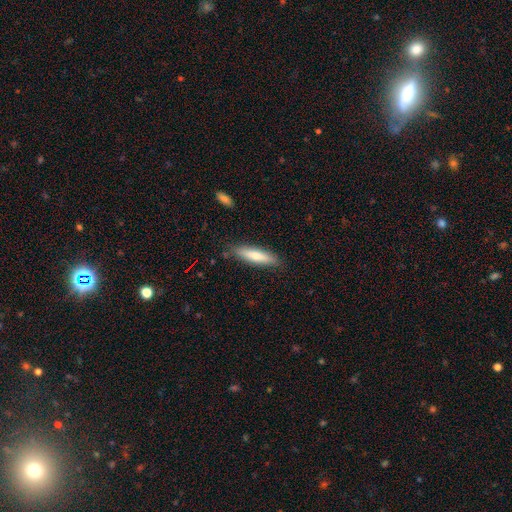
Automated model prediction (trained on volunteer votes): Smooth or featured?
  - smooth: 72% *
  - featured or disk: 22%
  - star or artifact: 6%
How rounded?
  - cigar-shaped: 76% *
  - in between: 23%
  - round: 1%
Merging?
  - none: 85% *
  - minor disturbance: 11%
  - major disturbance: 2%
  - merger: 2%